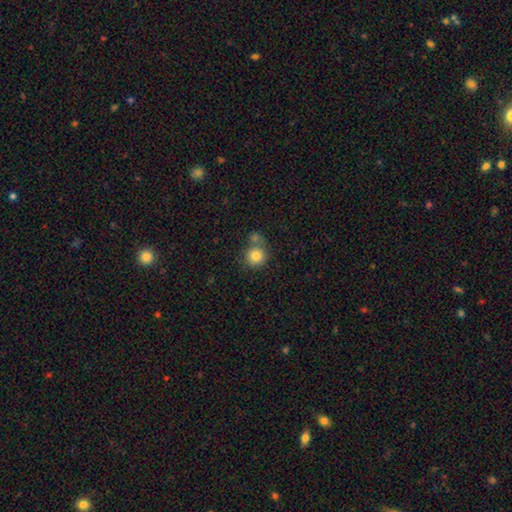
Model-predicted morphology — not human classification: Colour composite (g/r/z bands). It shows a smooth galaxy with no disk features (83%) that is round (91%). Merging: none (63%).